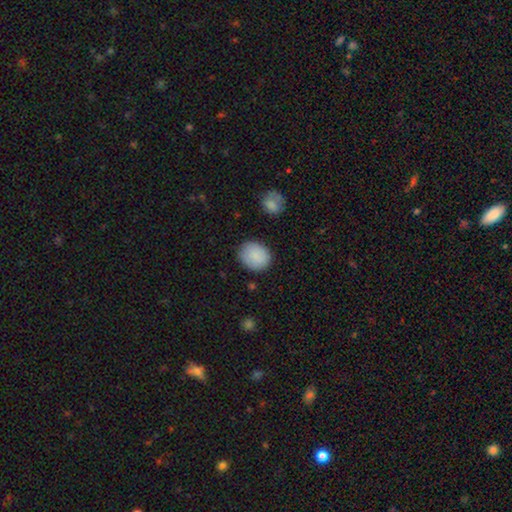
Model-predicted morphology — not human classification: Overall: smooth (88%). How rounded: round (68%; in between 31%). Merging: none (84%).